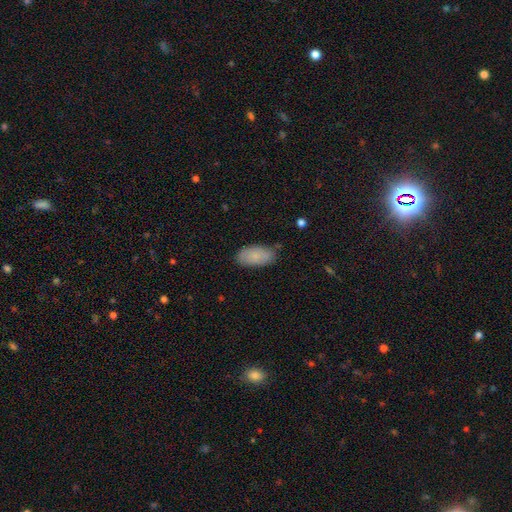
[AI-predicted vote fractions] The model was most divided on "merging": none: 79%, minor disturbance: 16%, major disturbance: 3%, merger: 2%. More confident: how rounded — in between (94%); smooth or featured — smooth (80%).